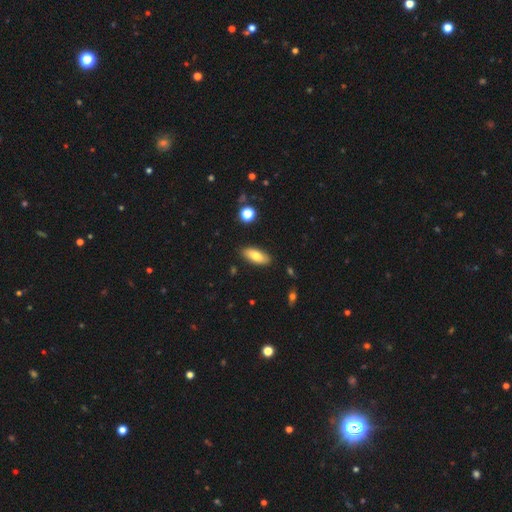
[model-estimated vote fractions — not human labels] Smooth or featured? smooth (76%)
How rounded? in between (80%)
Merging? none (88%)